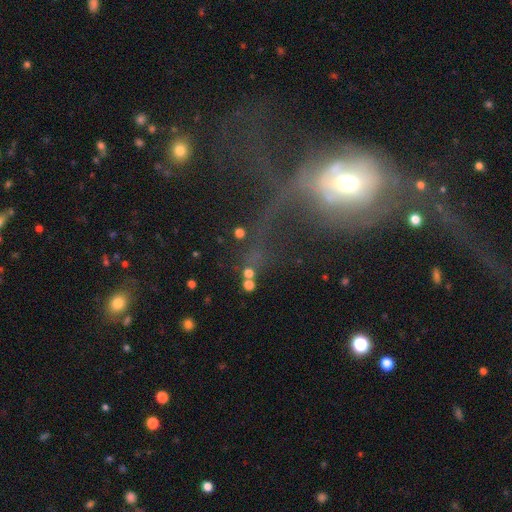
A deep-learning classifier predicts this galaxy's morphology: Smooth or featured? featured or disk (37%)
Merging? major disturbance (36%, tied with none)